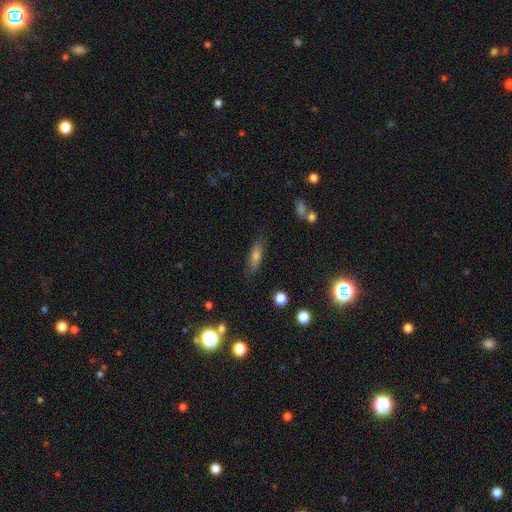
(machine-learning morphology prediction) A smooth galaxy with no disk features (58%) that is cigar-shaped (53%). Merging: none (82%).